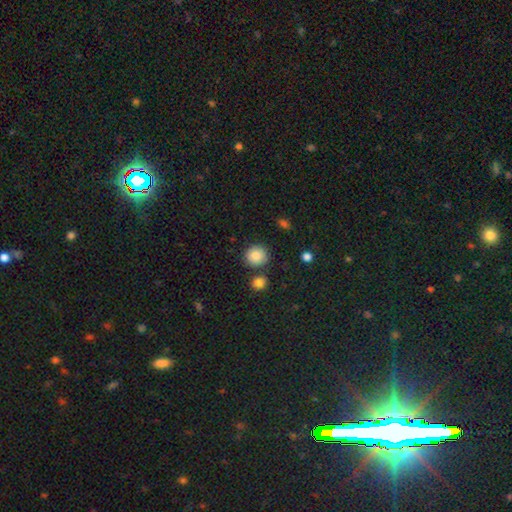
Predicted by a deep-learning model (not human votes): Smooth or featured? Predicted: smooth (p=0.87). How rounded? Predicted: round (p=0.89). Merging? Predicted: none (p=0.82).